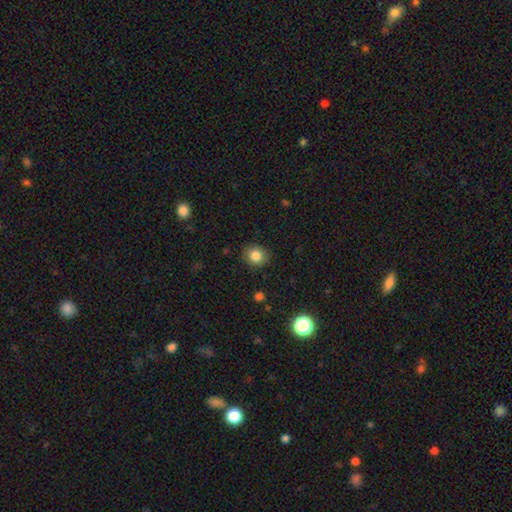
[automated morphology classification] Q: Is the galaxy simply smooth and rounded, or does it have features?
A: smooth — 83%.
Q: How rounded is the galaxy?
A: round — 79%.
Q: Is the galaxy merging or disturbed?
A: none — 88%.